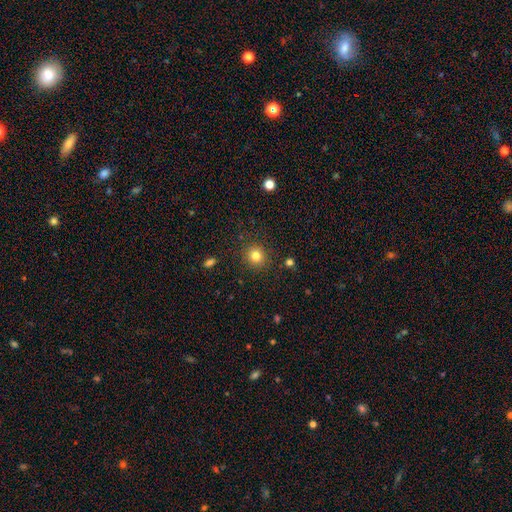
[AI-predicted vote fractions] A smooth galaxy with no disk features (81%) that is round (90%). Merging: none (90%).